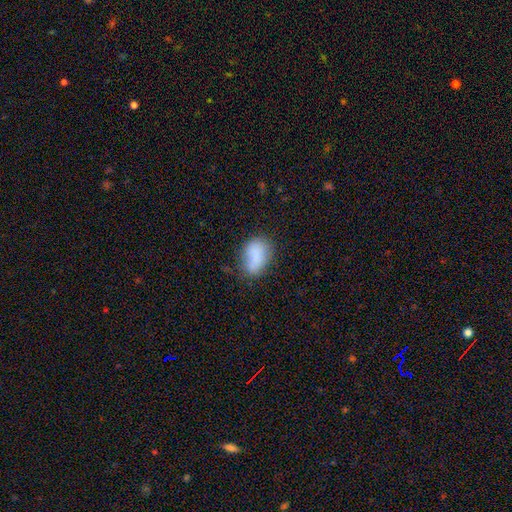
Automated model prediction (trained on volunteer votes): Smooth or featured? Predicted: smooth (p=0.81). How rounded? Predicted: in between (p=0.83). Merging? Predicted: none (p=0.57).